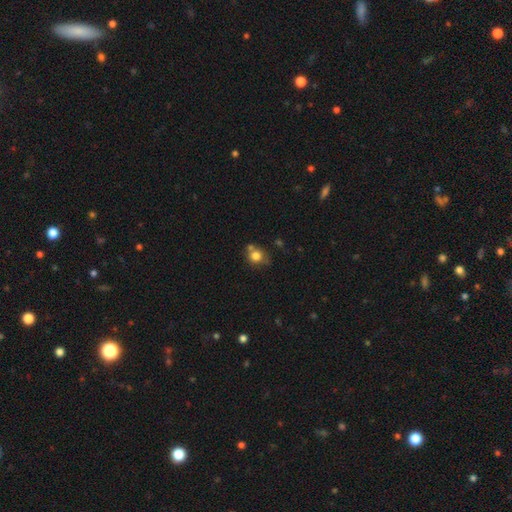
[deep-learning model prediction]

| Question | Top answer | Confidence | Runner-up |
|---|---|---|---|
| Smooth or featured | smooth | 79% | star or artifact (11%) |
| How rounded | round | 79% | in between (20%) |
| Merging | none | 59% | merger (19%) |